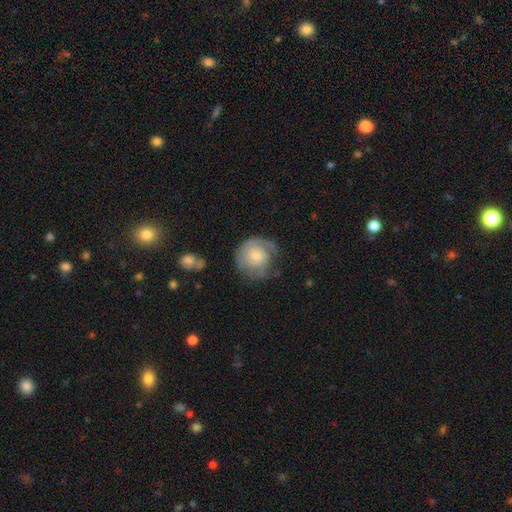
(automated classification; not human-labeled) Smooth or featured?
  - featured or disk: 62% *
  - smooth: 32%
  - star or artifact: 6%
Edge-on disk?
  - no: 98% *
  - yes: 2%
Bar?
  - no: 73% *
  - weak: 24%
  - strong: 3%
Spiral arms?
  - yes: 87% *
  - no: 13%
Spiral winding?
  - tight: 61% *
  - medium: 28%
  - loose: 12%
Spiral arm count?
  - 1: 37% *
  - 2: 28%
  - can't tell: 24%
  - 3: 6%
  - 4: 2%
  - more than 4: 2%
Bulge size?
  - small: 50% *
  - moderate: 34%
  - none: 7%
  - large: 7%
  - dominant: 2%
Merging?
  - none: 61% *
  - minor disturbance: 23%
  - major disturbance: 15%
  - merger: 2%